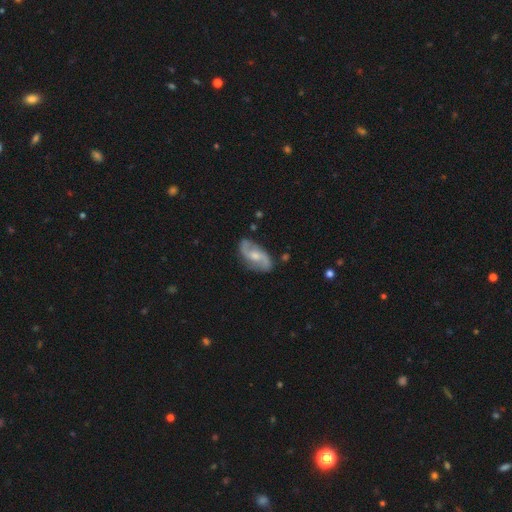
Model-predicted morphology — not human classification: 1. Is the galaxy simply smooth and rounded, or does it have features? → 80% featured or disk, 15% smooth, 5% star or artifact.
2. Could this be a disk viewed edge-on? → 96% no, 4% yes.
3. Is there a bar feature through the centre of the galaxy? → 47% no, 42% weak, 10% strong.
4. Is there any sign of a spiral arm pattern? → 94% yes, 6% no.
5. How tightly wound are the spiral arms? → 48% loose, 39% medium, 13% tight.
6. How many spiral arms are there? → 91% 2, 4% can't tell, 1% 1, 1% 3, 1% 4, 1% more than 4.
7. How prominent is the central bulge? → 61% moderate, 30% small, 5% large, 3% none, 1% dominant.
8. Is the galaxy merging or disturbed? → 80% none, 15% minor disturbance, 4% major disturbance, 2% merger.